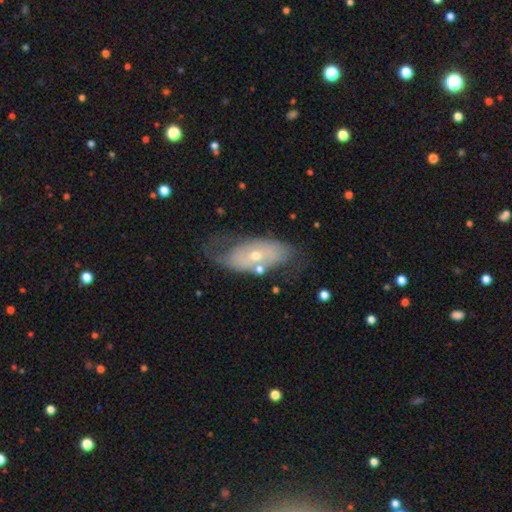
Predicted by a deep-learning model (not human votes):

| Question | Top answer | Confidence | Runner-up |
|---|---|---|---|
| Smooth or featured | featured or disk | 61% | smooth (32%) |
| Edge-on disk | no | 89% | yes (11%) |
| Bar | no | 76% | weak (18%) |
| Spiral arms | yes | 54% | no (46%) |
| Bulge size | small | 59% | moderate (38%) |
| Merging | none | 50% | minor disturbance (26%) |